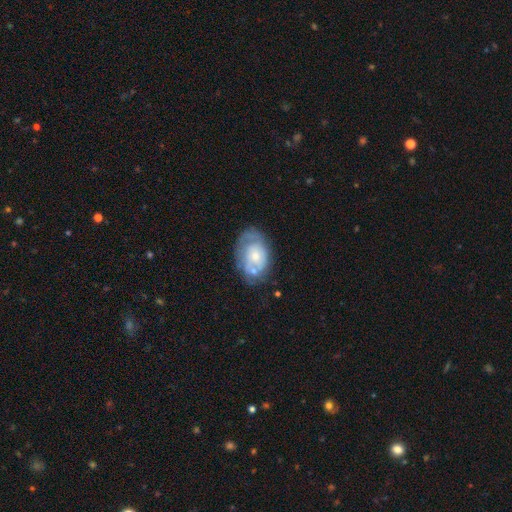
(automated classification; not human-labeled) A featured or disk galaxy (64%) with no bar (78%), spiral arms (68%) and a small central bulge (48%). Merging: none (51%).